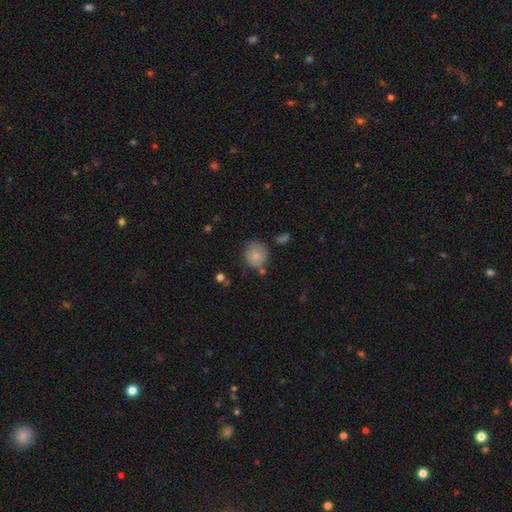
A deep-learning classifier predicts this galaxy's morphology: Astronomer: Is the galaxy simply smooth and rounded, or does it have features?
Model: smooth — 83%.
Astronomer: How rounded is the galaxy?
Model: round — 87%.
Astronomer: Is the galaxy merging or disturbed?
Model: none — 73%.